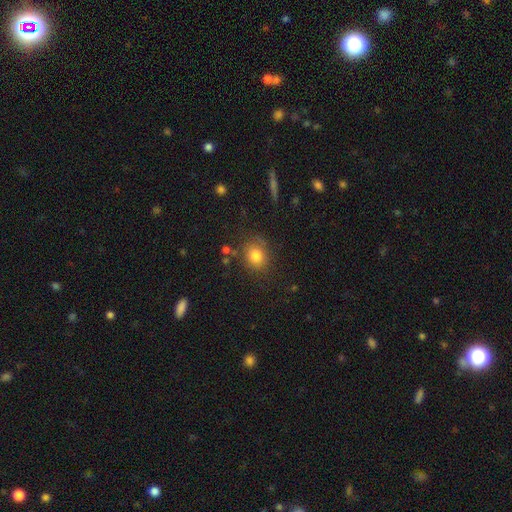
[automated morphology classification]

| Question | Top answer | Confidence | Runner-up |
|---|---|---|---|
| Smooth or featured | smooth | 80% | star or artifact (11%) |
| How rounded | round | 68% | in between (31%) |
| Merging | none | 78% | minor disturbance (14%) |